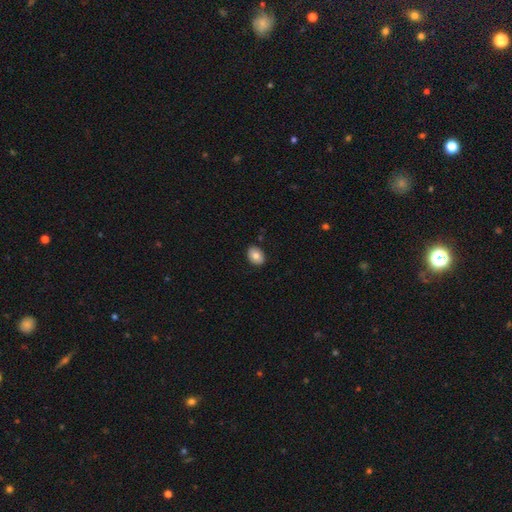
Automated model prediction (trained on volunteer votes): Morphology: type=smooth (80%); roundness=in between (66%); merging=none (88%).